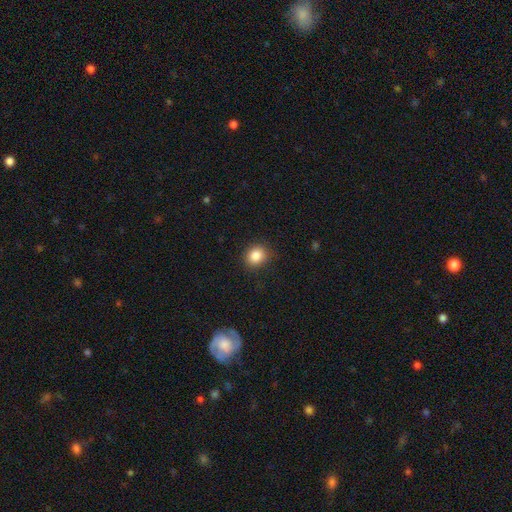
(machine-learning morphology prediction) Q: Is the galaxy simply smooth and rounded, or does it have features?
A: smooth — 85%.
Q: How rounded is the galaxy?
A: round — 76%.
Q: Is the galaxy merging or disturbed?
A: none — 87%.